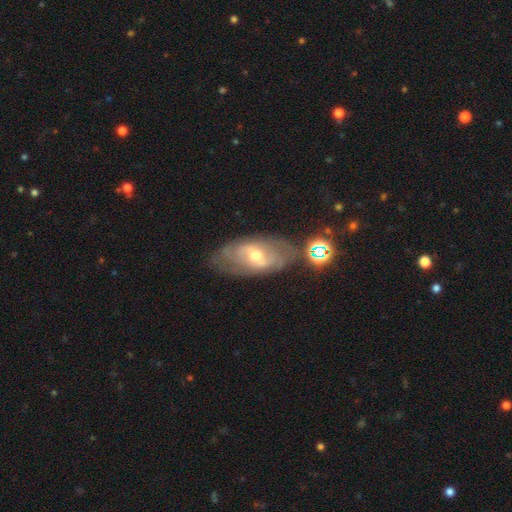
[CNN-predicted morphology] The model was most divided on "spiral arm count": 2: 47%, can't tell: 39%, 3: 6%, 1: 3%, 4: 3%, more than 4: 2%. Remaining: edge-on disk — no (91%); spiral arms — yes (78%); smooth or featured — featured or disk (73%); merging — none (69%); bulge size — moderate (53%); bar — weak (49%); spiral winding — tight (47%).